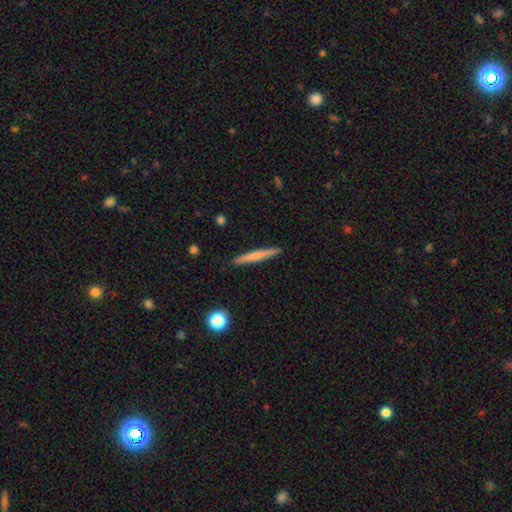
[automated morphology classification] A smooth galaxy with no disk features (62%) that is cigar-shaped (96%).

Vote fractions:
- Smooth or featured? smooth: 62% / featured or disk: 32% / star or artifact: 6%
- How rounded? cigar-shaped: 96% / in between: 2% / round: 1%
- Merging? none: 91% / minor disturbance: 6% / major disturbance: 1% / merger: 1%